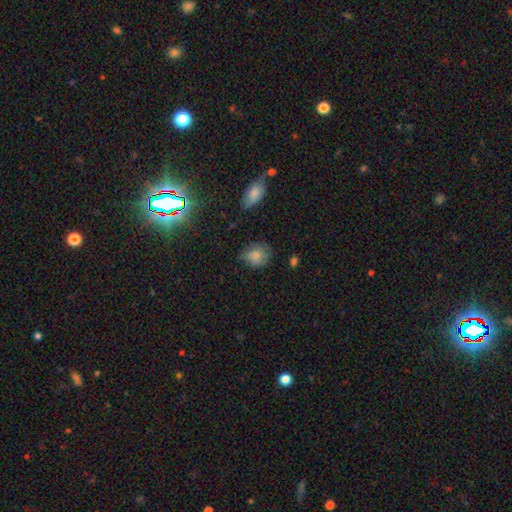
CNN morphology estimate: A smooth galaxy with no disk features (79%) that is round (58%).

Vote fractions:
- Smooth or featured? smooth: 79% / featured or disk: 12% / star or artifact: 9%
- How rounded? round: 58% / in between: 41% / cigar-shaped: 1%
- Merging? none: 55% / minor disturbance: 34% / major disturbance: 9% / merger: 2%